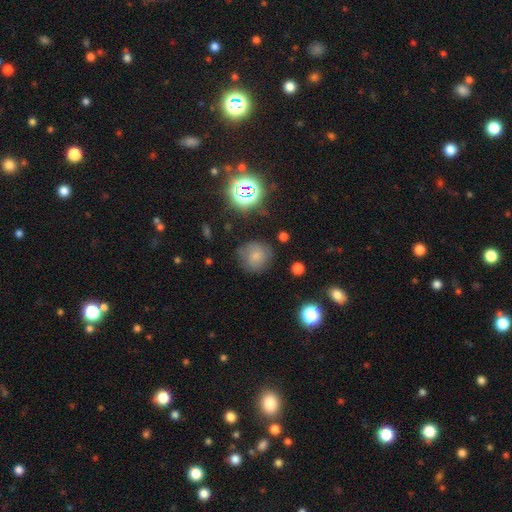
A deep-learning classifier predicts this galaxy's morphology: Overall: smooth (69%). How rounded: round (89%). Merging: none (72%).